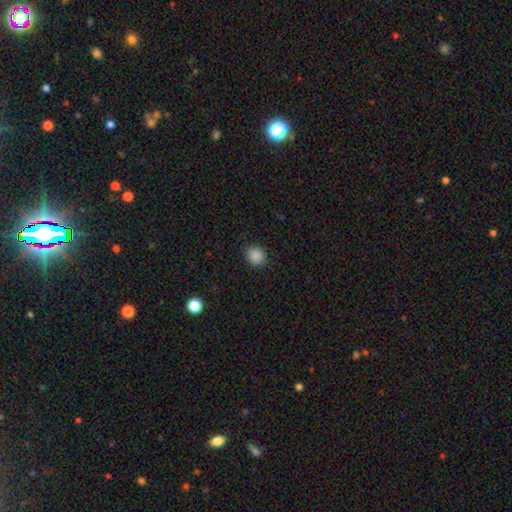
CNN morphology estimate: Overall: smooth (88%). How rounded: round (67%; in between 33%). Merging: none (88%).